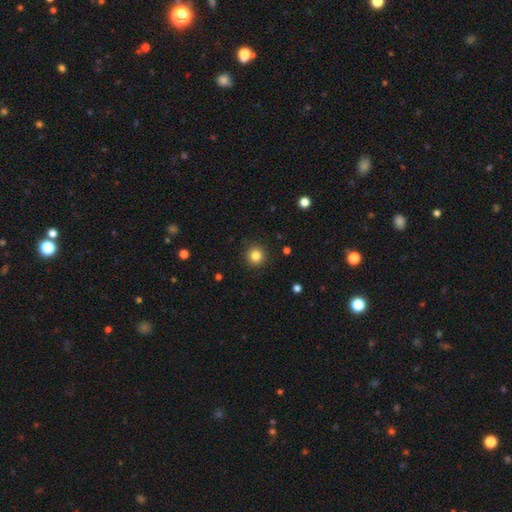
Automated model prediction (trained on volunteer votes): Smooth or featured? smooth (83%)
How rounded? round (95%)
Merging? none (91%)